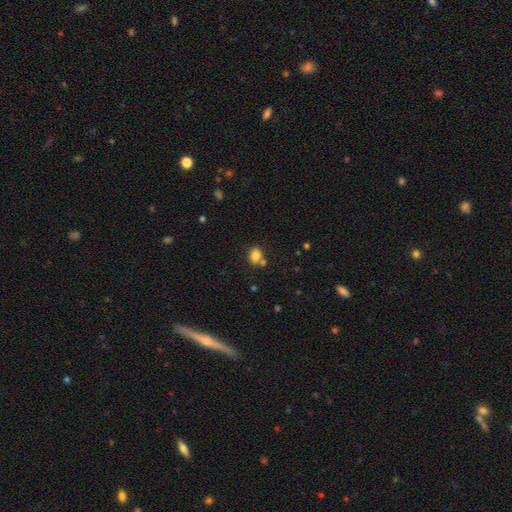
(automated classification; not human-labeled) Q: Smooth or featured?
A: smooth (82%); runner-up: star or artifact (11%)
Q: How rounded?
A: in between (53%); runner-up: round (46%)
Q: Merging?
A: none (63%); runner-up: merger (21%)